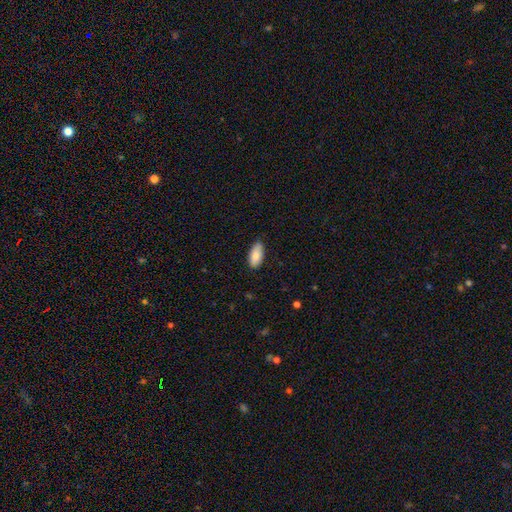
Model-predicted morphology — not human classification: Smooth or featured? Predicted: smooth (p=0.86). How rounded? Predicted: in between (p=0.92). Merging? Predicted: none (p=0.82).